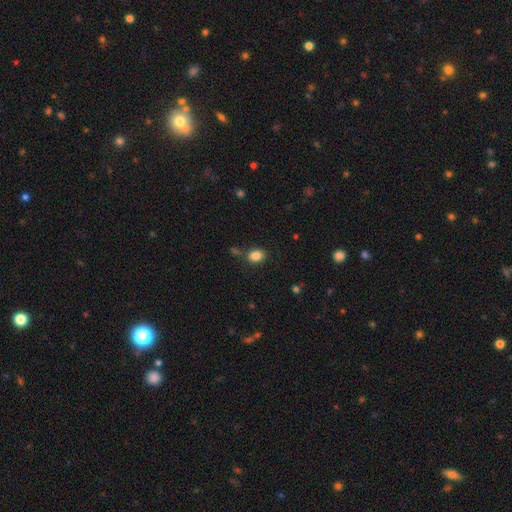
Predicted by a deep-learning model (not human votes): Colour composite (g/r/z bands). It shows a smooth galaxy with no disk features (85%) that is in between round and cigar-shaped (63%). Merging: none (76%).